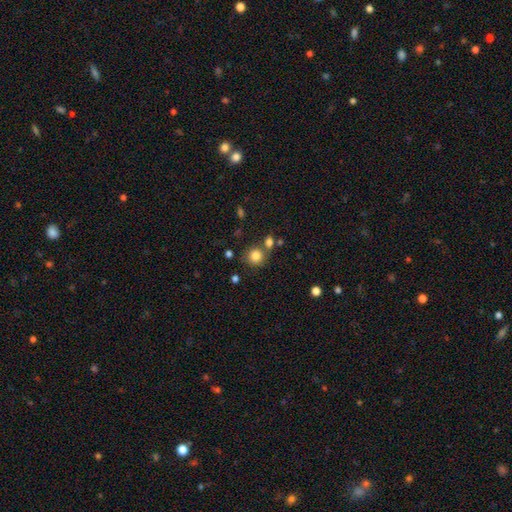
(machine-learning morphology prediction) smooth_or_featured: smooth (p=0.83) [alt: star or artifact p=0.11]
how_rounded: round (p=0.88) [alt: in between p=0.11]
merging: none (p=0.70) [alt: merger p=0.15]